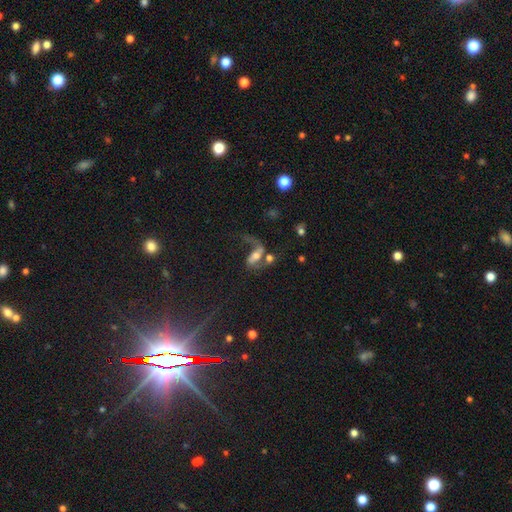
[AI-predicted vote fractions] Smooth or featured: featured or disk — 53% (smooth — 34%)
Edge-on disk: no — 89% (yes — 11%)
Merging: merger — 35% (major disturbance — 32%)